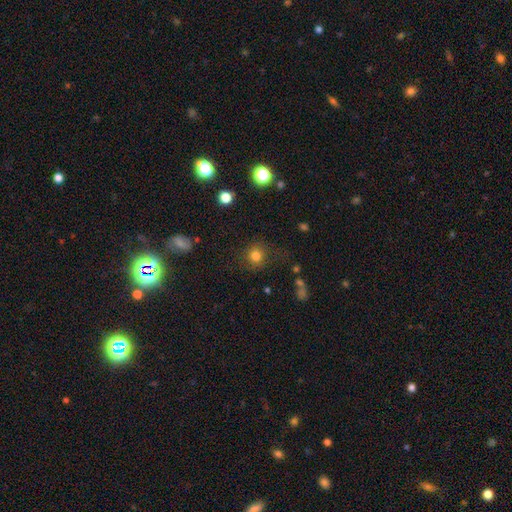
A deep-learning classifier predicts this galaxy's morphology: type=smooth (78%); roundness=round (90%); merging=none (81%).